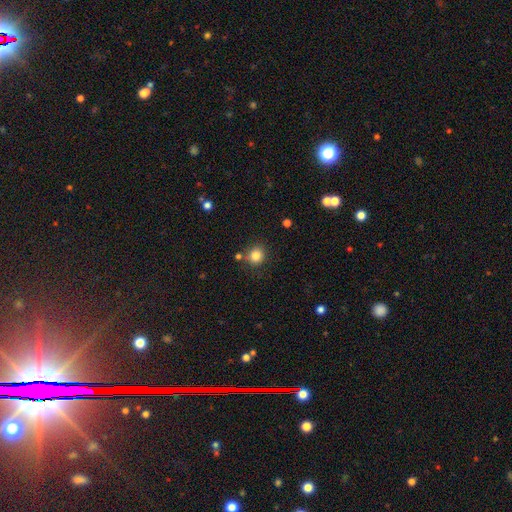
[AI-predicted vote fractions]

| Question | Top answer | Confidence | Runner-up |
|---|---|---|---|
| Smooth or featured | smooth | 83% | star or artifact (12%) |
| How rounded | round | 88% | in between (11%) |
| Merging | none | 79% | minor disturbance (10%) |